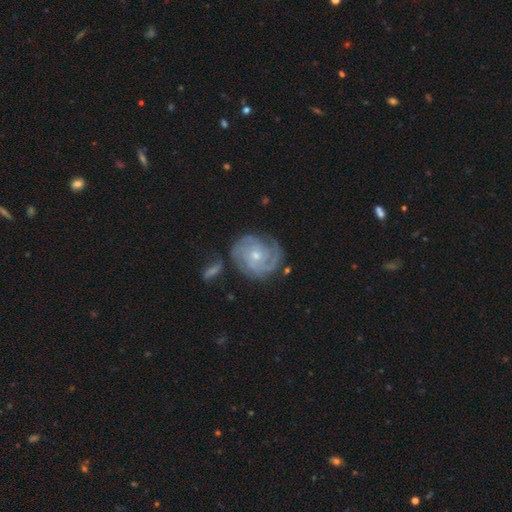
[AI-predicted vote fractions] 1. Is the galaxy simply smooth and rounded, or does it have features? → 86% featured or disk, 8% smooth, 5% star or artifact.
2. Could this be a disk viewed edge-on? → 98% no, 2% yes.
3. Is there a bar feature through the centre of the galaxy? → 75% no, 20% weak, 4% strong.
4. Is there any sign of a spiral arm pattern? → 97% yes, 3% no.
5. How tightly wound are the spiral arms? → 73% tight, 22% medium, 5% loose.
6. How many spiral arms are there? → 30% 3, 29% 2, 22% can't tell, 9% 4, 6% 1, 5% more than 4.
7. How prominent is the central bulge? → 57% small, 40% moderate, 1% large, 1% none, 1% dominant.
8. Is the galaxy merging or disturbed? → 71% none, 17% minor disturbance, 6% major disturbance, 6% merger.